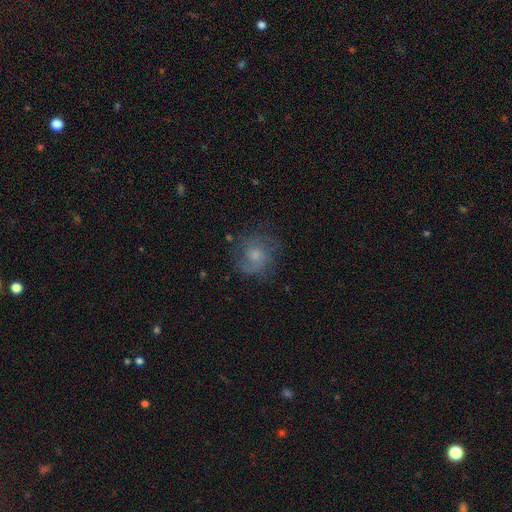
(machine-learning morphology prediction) This appears to be a featured or disk galaxy (59%) with no bar (74%), 2 (46%) medium (45%) spiral arms (87%) and a small central bulge (50%). Merging: none (69%).